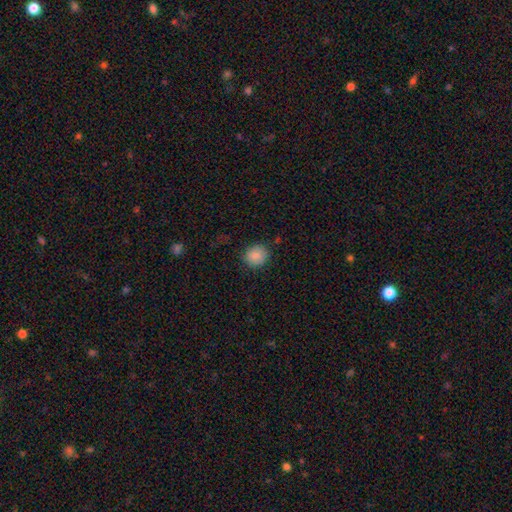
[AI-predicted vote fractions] The model was most divided on "how rounded": round: 78%, in between: 21%, cigar-shaped: 1%. More confident: smooth or featured — smooth (86%); merging — none (83%).